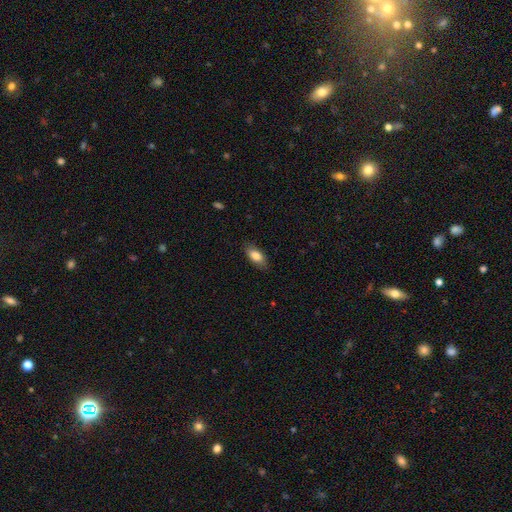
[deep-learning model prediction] smooth_or_featured: smooth (p=0.84) [alt: featured or disk p=0.10]
how_rounded: in between (p=0.87) [alt: cigar-shaped p=0.10]
merging: none (p=0.84) [alt: minor disturbance p=0.12]